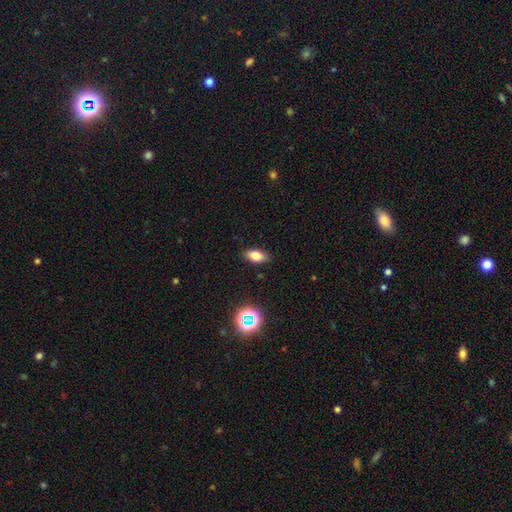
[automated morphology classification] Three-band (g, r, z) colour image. It shows a smooth galaxy with no disk features (77%) that is in between round and cigar-shaped (87%). Merging: none (87%).